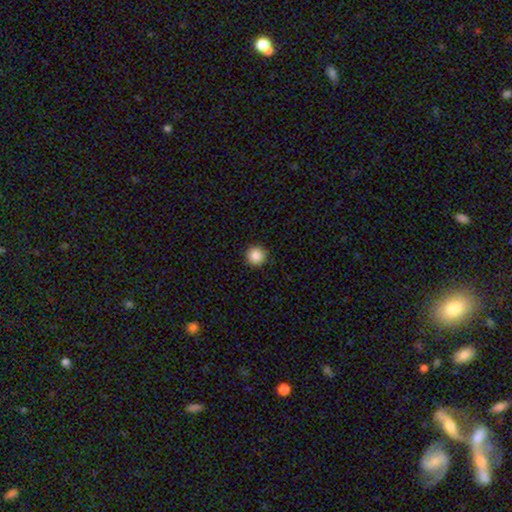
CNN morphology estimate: Smooth or featured?
  - smooth: 87% *
  - star or artifact: 9%
  - featured or disk: 3%
How rounded?
  - round: 96% *
  - in between: 3%
  - cigar-shaped: 1%
Merging?
  - none: 93% *
  - minor disturbance: 5%
  - major disturbance: 2%
  - merger: 1%